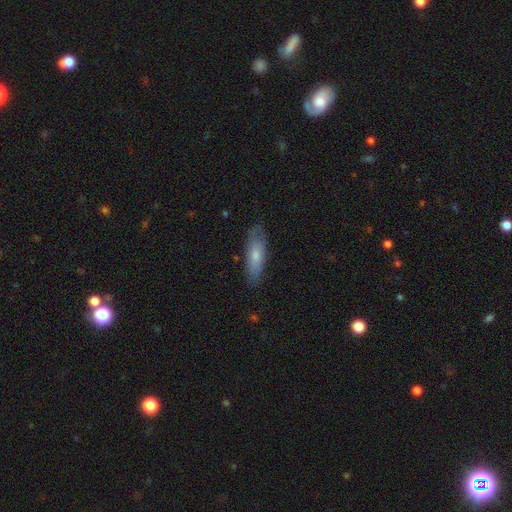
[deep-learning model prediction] A smooth galaxy with no disk features (68%) that is in between round and cigar-shaped (51%). Merging: none (79%).